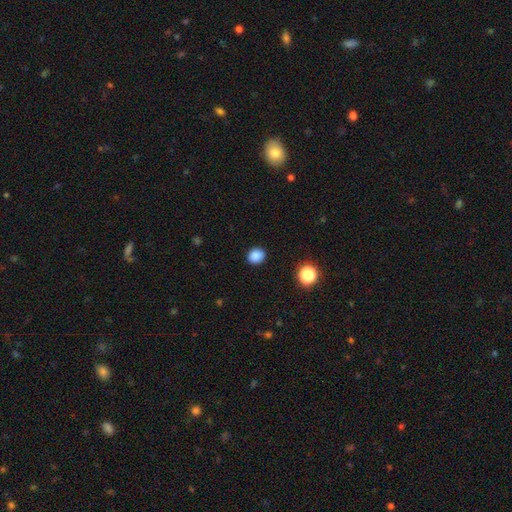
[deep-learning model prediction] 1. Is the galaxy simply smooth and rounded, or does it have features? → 86% smooth, 11% star or artifact, 3% featured or disk.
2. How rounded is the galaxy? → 75% round, 24% in between, 1% cigar-shaped.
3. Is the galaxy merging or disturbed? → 89% none, 8% minor disturbance, 2% major disturbance, 1% merger.